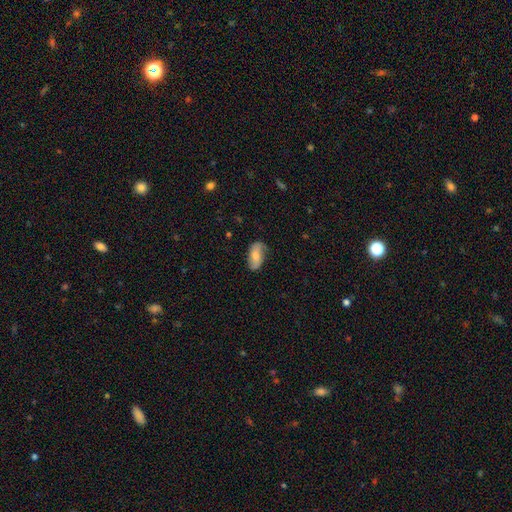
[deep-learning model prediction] Overall: smooth (51%; featured or disk 42%). How rounded: in between (91%). Merging: none (67%).